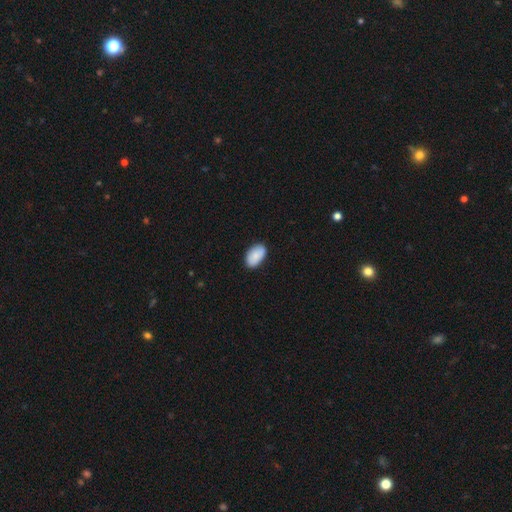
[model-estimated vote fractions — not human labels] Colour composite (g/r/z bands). It shows a smooth galaxy with no disk features (88%) that is in between round and cigar-shaped (94%). Merging: none (87%).